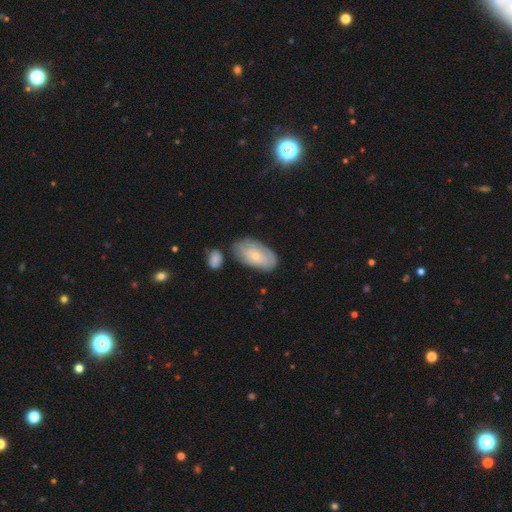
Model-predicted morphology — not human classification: A smooth galaxy with no disk features (60%) that is in between round and cigar-shaped (94%).

Vote fractions:
- Smooth or featured? smooth: 60% / featured or disk: 34% / star or artifact: 6%
- How rounded? in between: 94% / round: 3% / cigar-shaped: 2%
- Merging? none: 67% / minor disturbance: 20% / merger: 7% / major disturbance: 5%